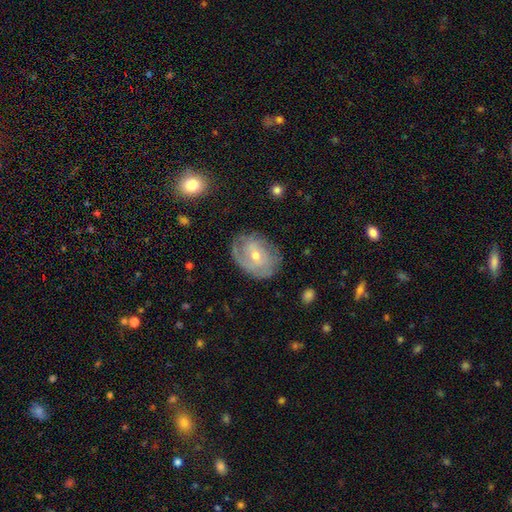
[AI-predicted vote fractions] Smooth or featured? featured or disk (73%)
Edge-on disk? no (96%)
Bar? no (49%)
Spiral arms? yes (86%)
Spiral winding? tight (57%)
Spiral arm count? can't tell (36%)
Bulge size? small (50%)
Merging? none (70%)